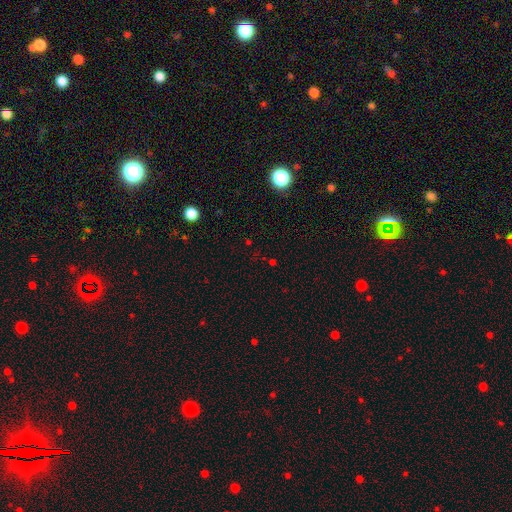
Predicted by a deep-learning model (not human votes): Q: Smooth or featured?
A: star or artifact (65%); runner-up: smooth (28%)